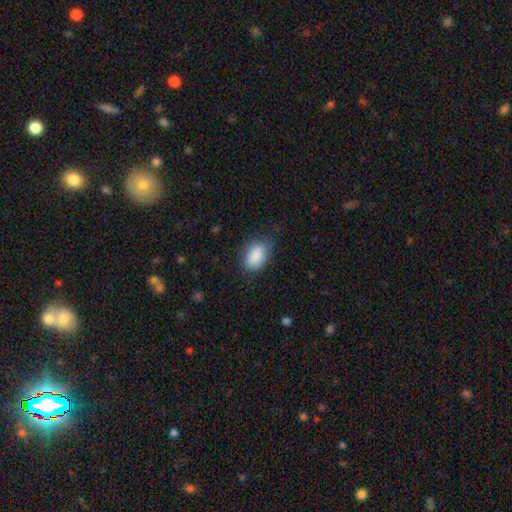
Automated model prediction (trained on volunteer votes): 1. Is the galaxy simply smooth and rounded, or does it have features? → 89% smooth, 7% star or artifact, 5% featured or disk.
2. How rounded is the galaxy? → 89% in between, 10% round, 1% cigar-shaped.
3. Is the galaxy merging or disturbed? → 72% none, 20% minor disturbance, 6% major disturbance, 1% merger.